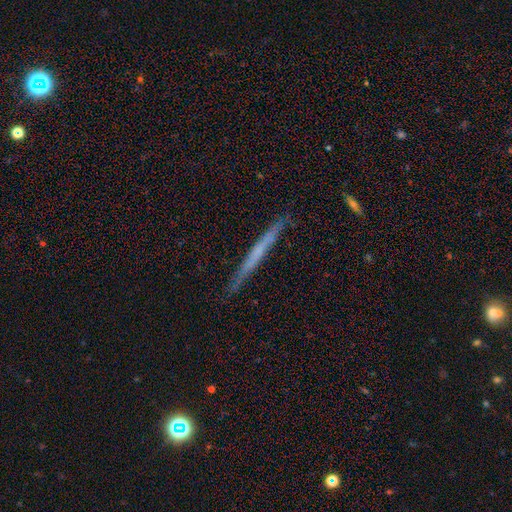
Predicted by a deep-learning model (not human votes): This appears to be a featured or disk galaxy (55%) viewed edge-on (97%) with no central bulge (82%). Merging: none (89%).